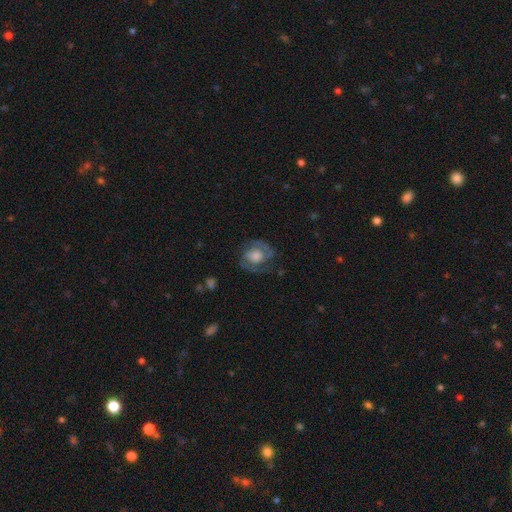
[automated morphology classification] smooth_or_featured: featured or disk (p=0.68) [alt: smooth p=0.24]
disk_edge_on: no (p=0.97) [alt: yes p=0.03]
bar: no (p=0.71) [alt: weak p=0.24]
has_spiral_arms: yes (p=0.82) [alt: no p=0.18]
spiral_winding: medium (p=0.44) [alt: tight p=0.41]
spiral_arm_count: 2 (p=0.75) [alt: can't tell p=0.13]
bulge_size: large (p=0.41) [alt: moderate p=0.32]
merging: none (p=0.70) [alt: minor disturbance p=0.17]